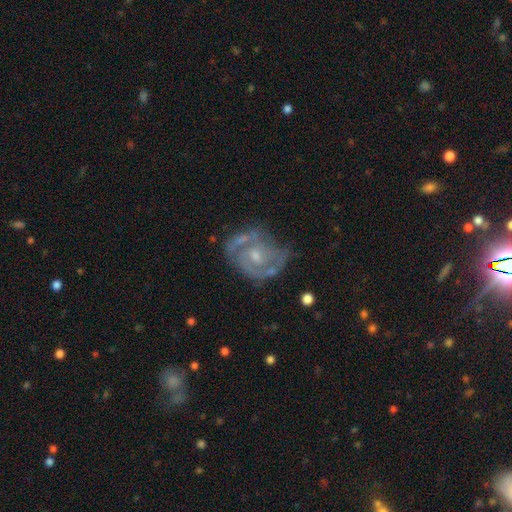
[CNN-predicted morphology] Q: Smooth or featured?
A: featured or disk (84%); runner-up: smooth (11%)
Q: Edge-on disk?
A: no (98%); runner-up: yes (2%)
Q: Bar?
A: no (63%); runner-up: weak (32%)
Q: Spiral arms?
A: yes (89%); runner-up: no (11%)
Q: Spiral winding?
A: tight (49%); runner-up: medium (41%)
Q: Spiral arm count?
A: 2 (52%); runner-up: can't tell (21%)
Q: Bulge size?
A: moderate (49%); runner-up: small (44%)
Q: Merging?
A: none (56%); runner-up: minor disturbance (24%)